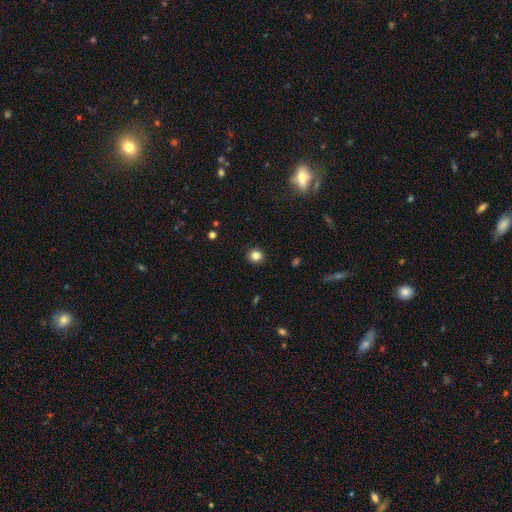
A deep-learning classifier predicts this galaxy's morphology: This appears to be a smooth galaxy with no disk features (84%) that is round (87%). Merging: none (92%).